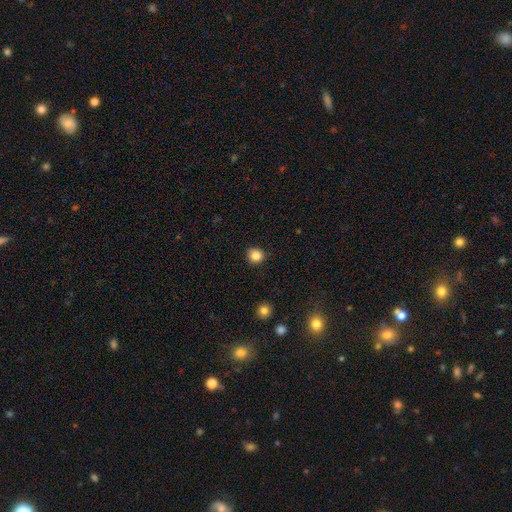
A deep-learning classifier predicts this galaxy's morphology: Q: Smooth or featured?
A: smooth (85%); runner-up: star or artifact (11%)
Q: How rounded?
A: round (89%); runner-up: in between (10%)
Q: Merging?
A: none (87%); runner-up: minor disturbance (10%)